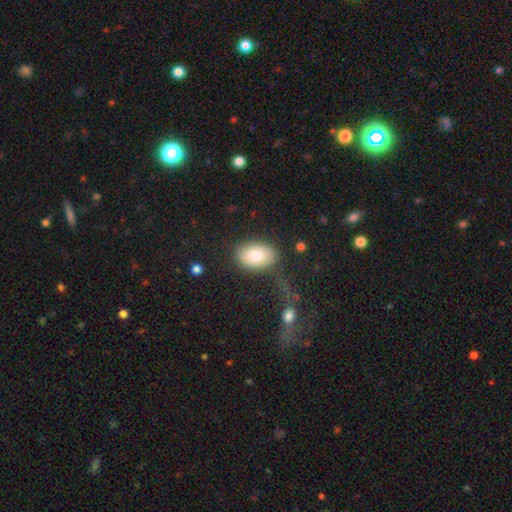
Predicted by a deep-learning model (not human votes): smooth-or-featured: smooth: 77% | featured or disk: 15% | star or artifact: 8%
  how-rounded: in between: 83% | round: 16% | cigar-shaped: 1%
  merging: none: 71% | minor disturbance: 15% | major disturbance: 8% | merger: 5%